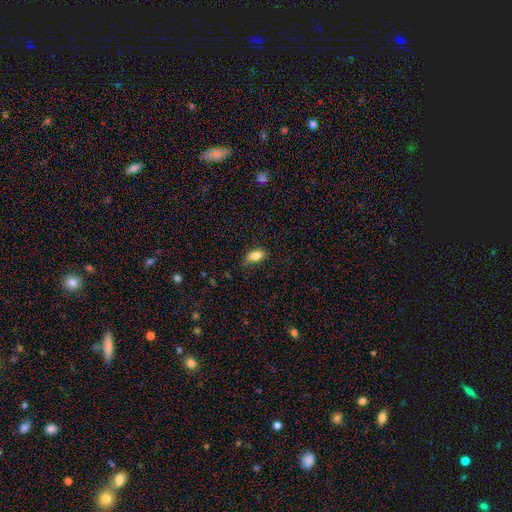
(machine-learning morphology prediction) The model was most divided on "merging": none: 68%, minor disturbance: 25%, major disturbance: 6%, merger: 1%. More confident: how rounded — in between (89%); smooth or featured — smooth (84%).